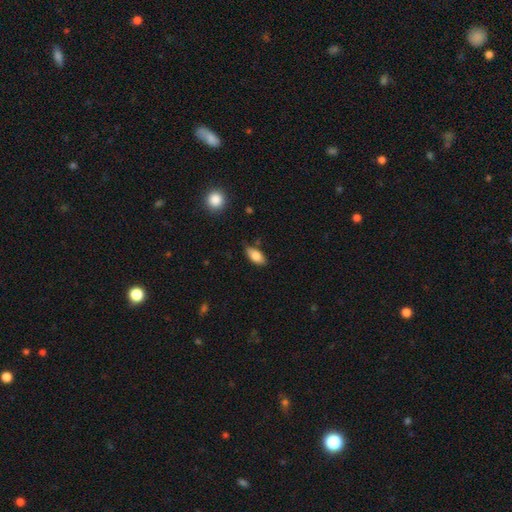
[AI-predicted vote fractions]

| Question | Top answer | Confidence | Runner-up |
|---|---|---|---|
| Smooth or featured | smooth | 81% | featured or disk (12%) |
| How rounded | in between | 87% | cigar-shaped (10%) |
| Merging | none | 76% | minor disturbance (19%) |